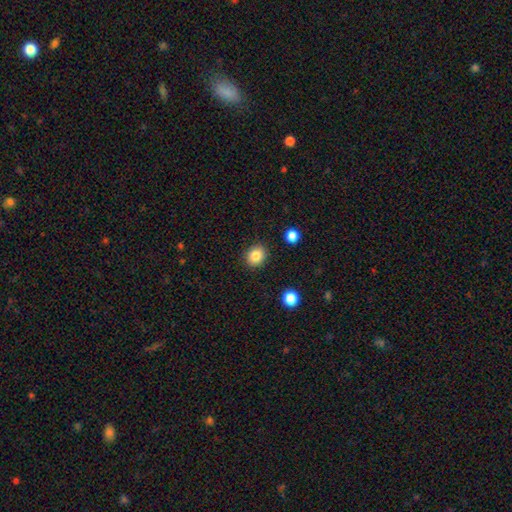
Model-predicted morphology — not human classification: This appears to be a smooth galaxy with no disk features (85%) that is round (70%). Merging: none (90%).